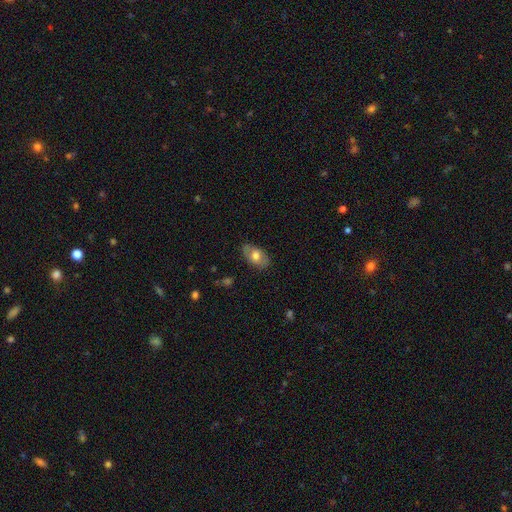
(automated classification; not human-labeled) This is likely a smooth galaxy (68%). How rounded: clearly in between (90%). Merging: clearly none (80%).